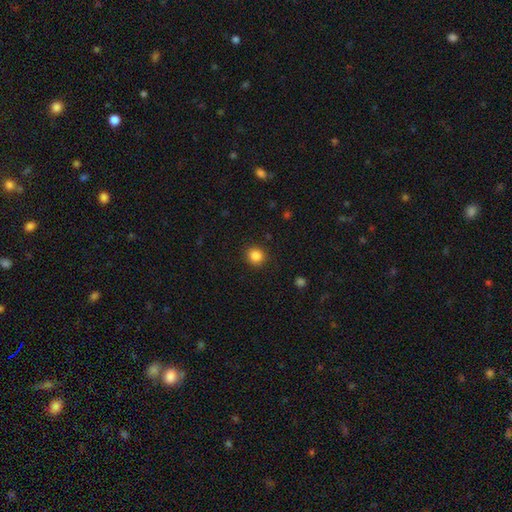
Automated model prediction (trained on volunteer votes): The model was most divided on "smooth or featured": smooth: 85%, star or artifact: 11%, featured or disk: 4%. More confident: merging — none (90%); how rounded — round (89%).